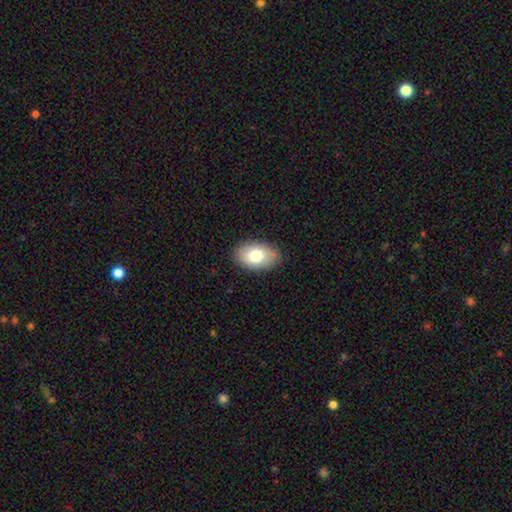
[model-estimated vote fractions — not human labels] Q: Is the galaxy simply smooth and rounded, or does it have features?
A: smooth — 77%.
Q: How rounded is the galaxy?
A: in between — 91%.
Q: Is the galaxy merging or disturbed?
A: none — 87%.